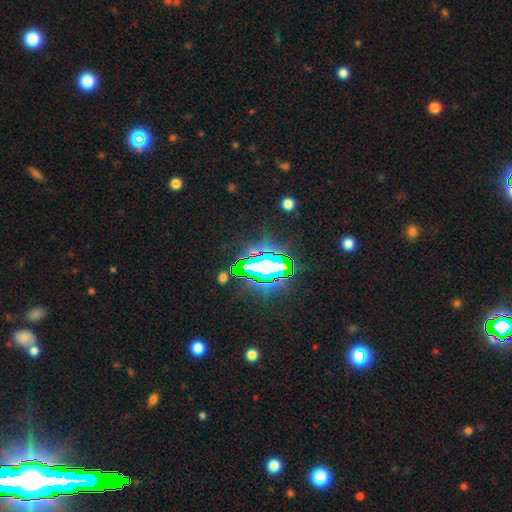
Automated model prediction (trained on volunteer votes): Overall: star or artifact (73%).